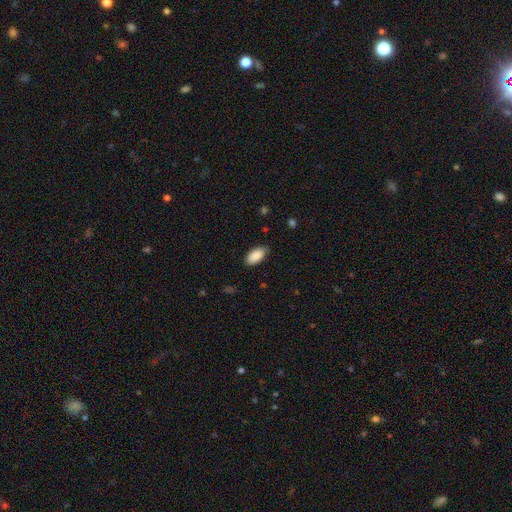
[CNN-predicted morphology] type=smooth (89%); roundness=in between (94%); merging=none (82%).